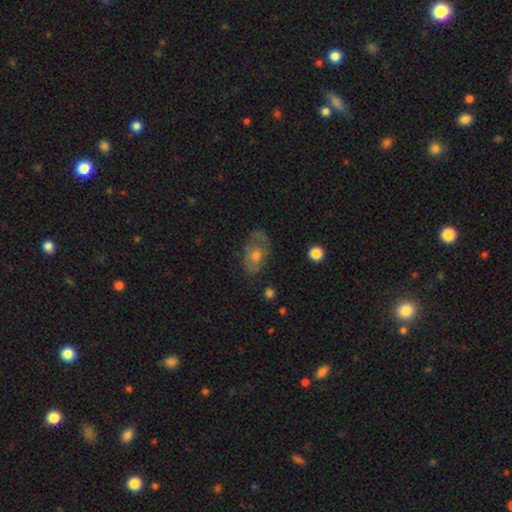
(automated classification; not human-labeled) Smooth or featured: featured or disk — 49% (smooth — 42%)
Merging: none — 64% (minor disturbance — 23%)